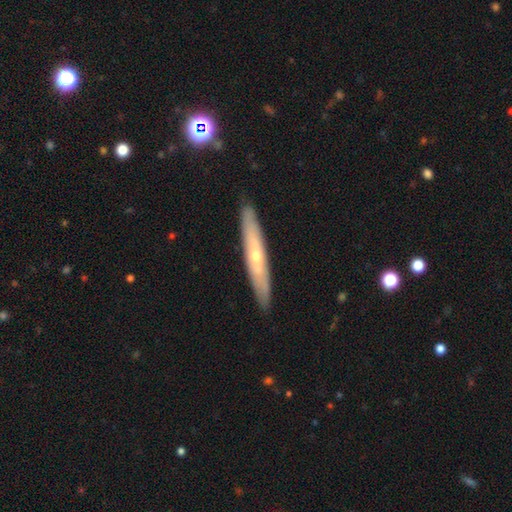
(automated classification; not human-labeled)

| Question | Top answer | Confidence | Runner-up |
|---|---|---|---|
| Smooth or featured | featured or disk | 55% | smooth (39%) |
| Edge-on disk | yes | 77% | no (23%) |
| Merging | none | 89% | minor disturbance (8%) |